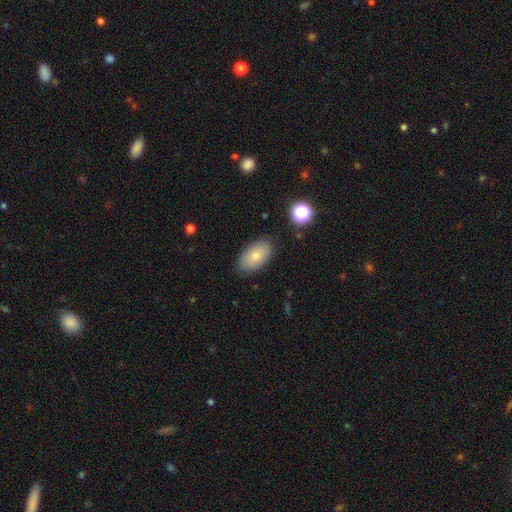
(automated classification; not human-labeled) This is likely a smooth galaxy (77%). How rounded: clearly in between (93%). Merging: clearly none (84%).